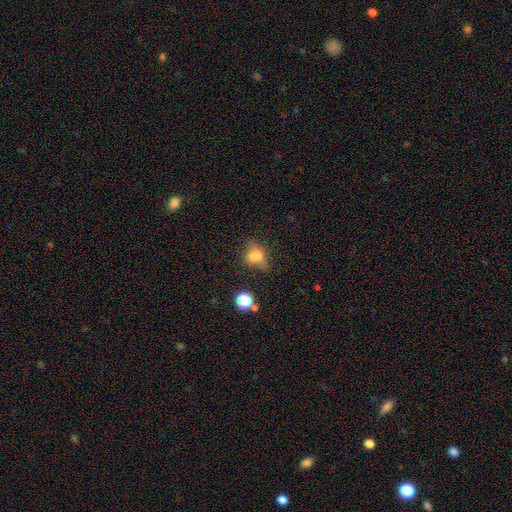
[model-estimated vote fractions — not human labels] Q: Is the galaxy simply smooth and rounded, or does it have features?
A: smooth — 70%.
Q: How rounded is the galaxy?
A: in between — 61%.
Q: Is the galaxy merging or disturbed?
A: none — 44%.